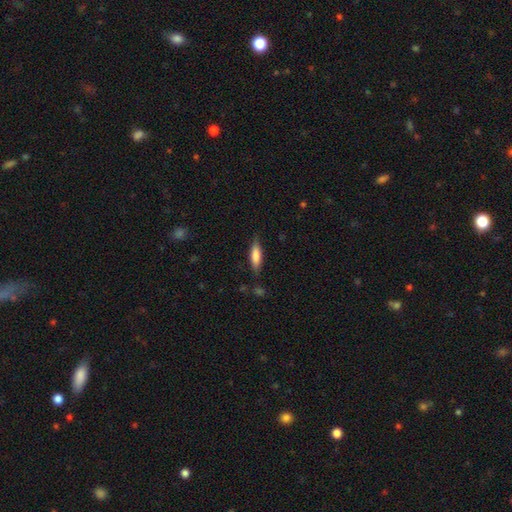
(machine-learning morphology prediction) type=smooth (74%); roundness=cigar-shaped (60%); merging=none (80%).